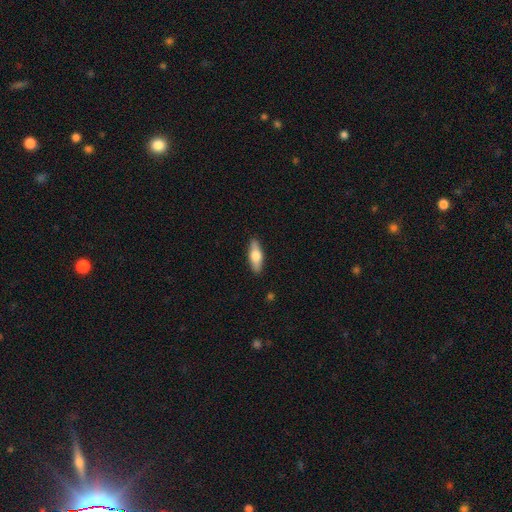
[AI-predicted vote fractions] Q: Smooth or featured?
A: smooth (63%); runner-up: featured or disk (31%)
Q: How rounded?
A: in between (60%); runner-up: cigar-shaped (37%)
Q: Merging?
A: none (89%); runner-up: minor disturbance (8%)